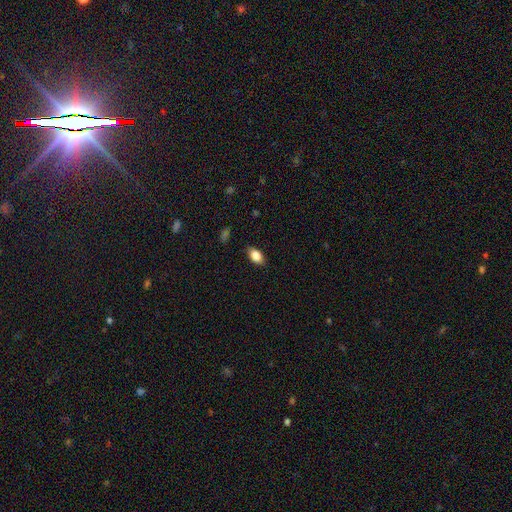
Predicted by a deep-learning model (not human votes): Smooth or featured? smooth (84%)
How rounded? in between (87%)
Merging? none (83%)